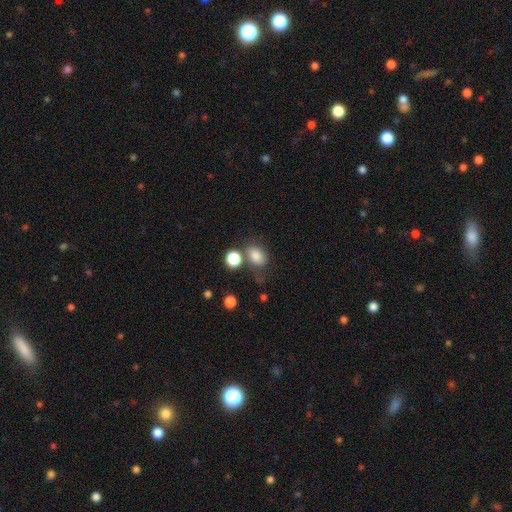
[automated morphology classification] Q: Smooth or featured?
A: smooth (82%); runner-up: star or artifact (11%)
Q: How rounded?
A: in between (66%); runner-up: round (33%)
Q: Merging?
A: none (60%); runner-up: minor disturbance (17%)